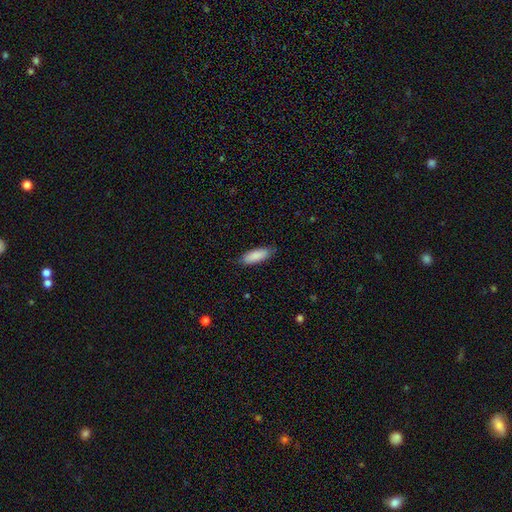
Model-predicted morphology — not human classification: Smooth or featured?
  - smooth: 88% *
  - featured or disk: 6%
  - star or artifact: 6%
How rounded?
  - in between: 63% *
  - cigar-shaped: 35%
  - round: 1%
Merging?
  - none: 82% *
  - minor disturbance: 14%
  - major disturbance: 2%
  - merger: 1%